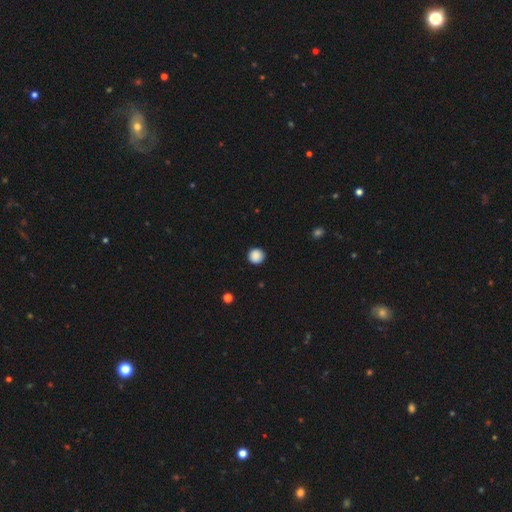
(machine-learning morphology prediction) Overall: smooth (88%). How rounded: round (95%). Merging: none (92%).